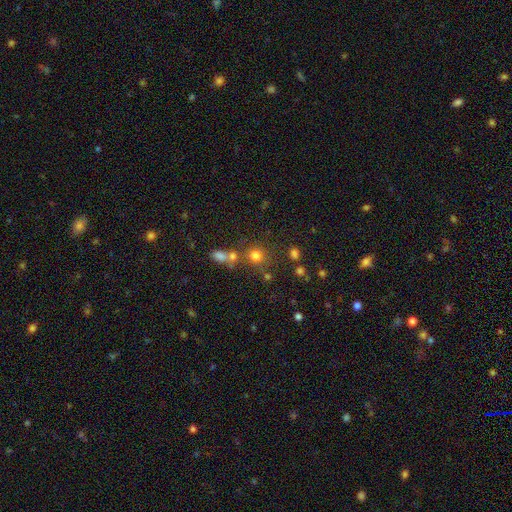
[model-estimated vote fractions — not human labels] A smooth galaxy with no disk features (74%) that is round (86%).

Vote fractions:
- Smooth or featured? smooth: 74% / star or artifact: 17% / featured or disk: 9%
- How rounded? round: 86% / in between: 12% / cigar-shaped: 1%
- Merging? none: 65% / merger: 19% / minor disturbance: 10% / major disturbance: 5%